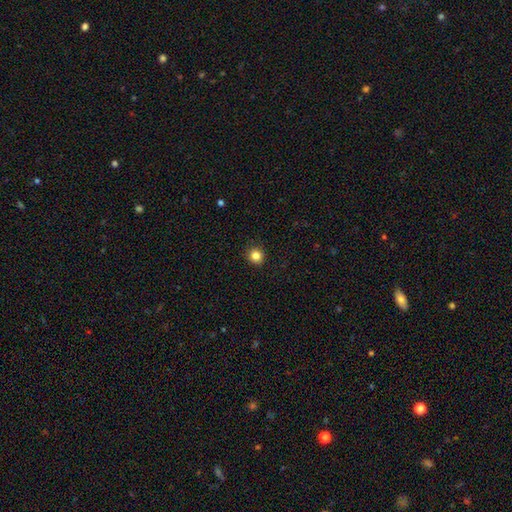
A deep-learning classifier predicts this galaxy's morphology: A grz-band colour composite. It shows a smooth galaxy with no disk features (84%) that is round (91%). Merging: none (92%).